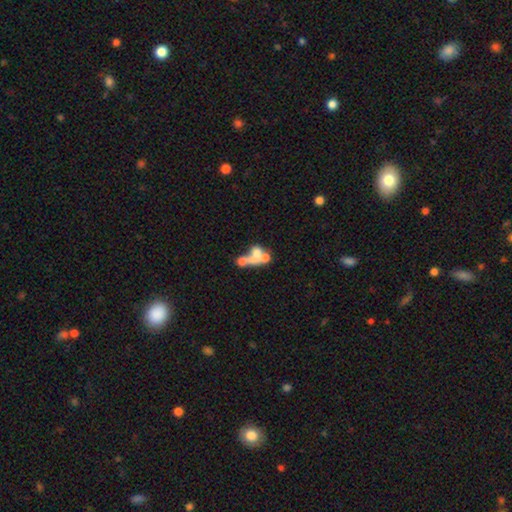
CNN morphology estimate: Smooth or featured?
  - featured or disk: 45% *
  - smooth: 40%
  - star or artifact: 15%
Merging?
  - merger: 58% *
  - none: 20%
  - major disturbance: 15%
  - minor disturbance: 8%